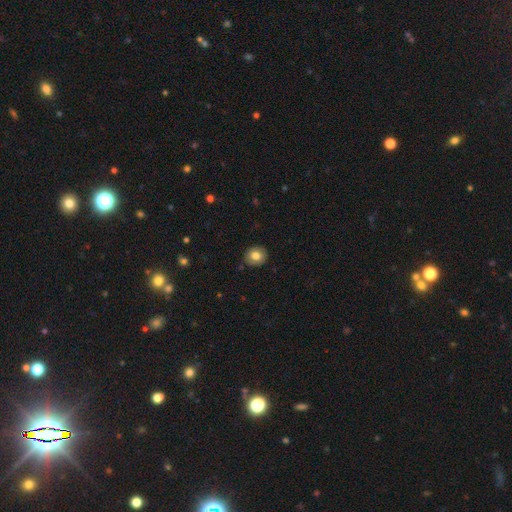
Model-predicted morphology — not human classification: Overall: smooth (80%). How rounded: round (79%). Merging: none (88%).